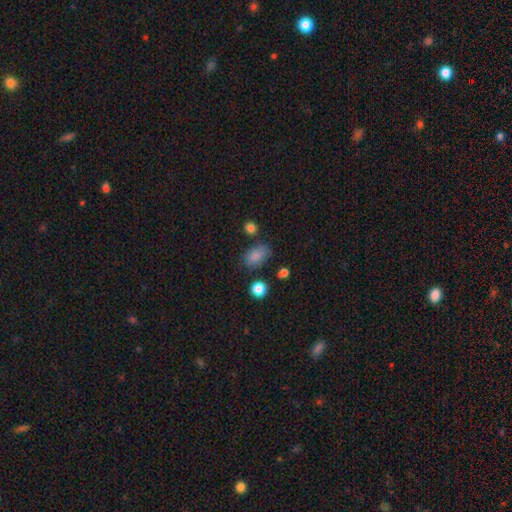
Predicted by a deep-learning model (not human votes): A smooth galaxy with no disk features (84%) that is in between round and cigar-shaped (87%). Merging: none (69%).